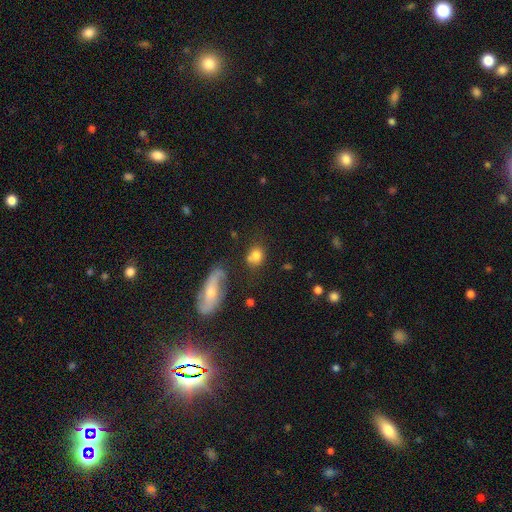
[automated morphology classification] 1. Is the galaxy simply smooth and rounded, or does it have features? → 75% smooth, 13% featured or disk, 11% star or artifact.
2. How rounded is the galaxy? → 60% round, 38% in between, 3% cigar-shaped.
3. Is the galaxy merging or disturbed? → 56% none, 19% merger, 17% minor disturbance, 8% major disturbance.